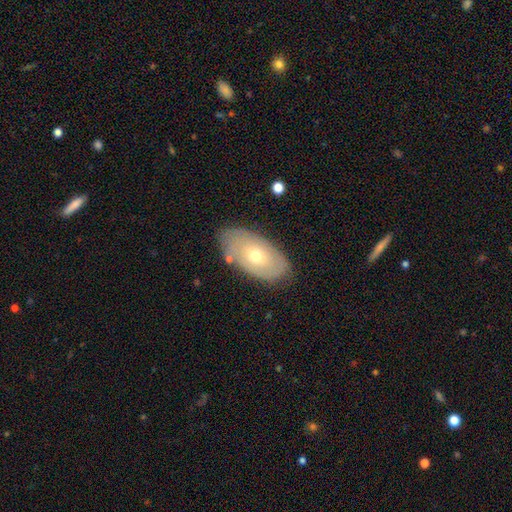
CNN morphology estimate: This is possibly a smooth galaxy (48%). Merging: likely none (78%).